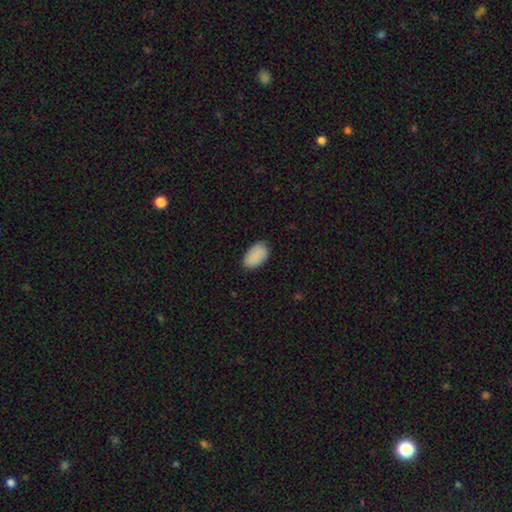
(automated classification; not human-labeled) Overall: smooth (88%). How rounded: in between (94%). Merging: none (80%).